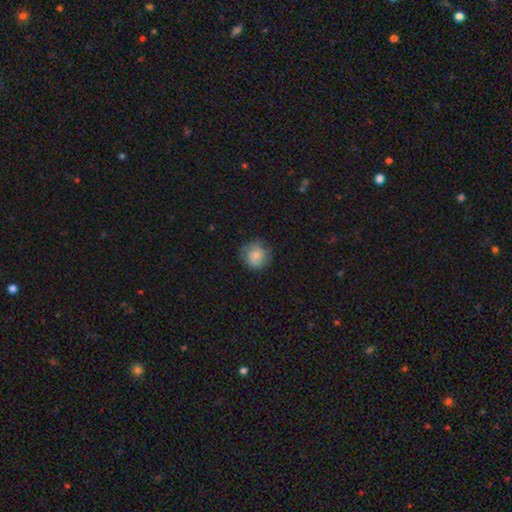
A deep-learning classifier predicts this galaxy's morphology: Overall: smooth (79%). How rounded: round (89%). Merging: none (77%).